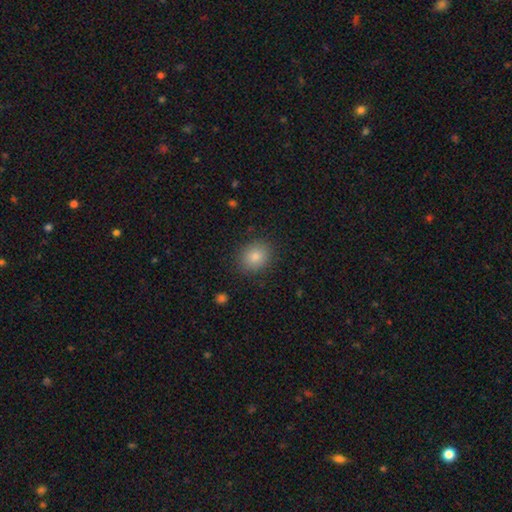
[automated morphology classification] Smooth or featured: smooth — 82% (star or artifact — 11%)
How rounded: round — 66% (in between — 34%)
Merging: none — 89% (minor disturbance — 8%)